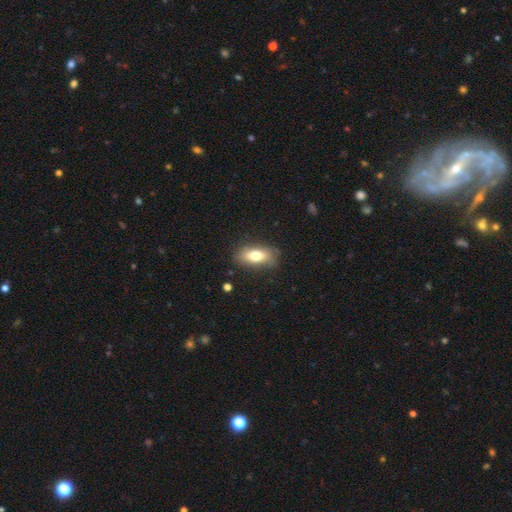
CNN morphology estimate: smooth-or-featured: smooth: 76% | featured or disk: 17% | star or artifact: 8%
  how-rounded: in between: 82% | cigar-shaped: 13% | round: 6%
  merging: none: 81% | minor disturbance: 14% | major disturbance: 4% | merger: 1%